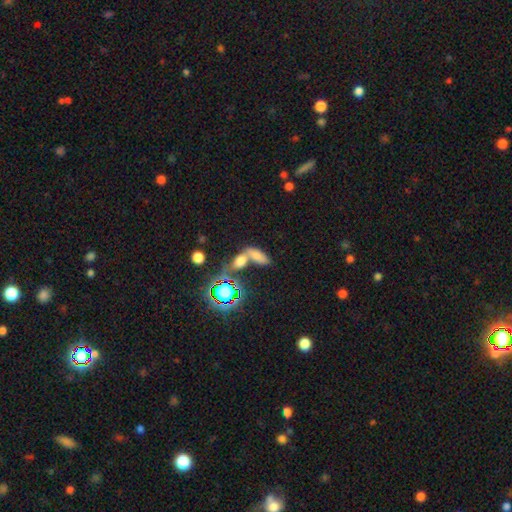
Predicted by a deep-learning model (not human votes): Smooth or featured? Predicted: smooth (p=0.64). How rounded? Predicted: in between (p=0.77). Merging? Predicted: merger (p=0.62).